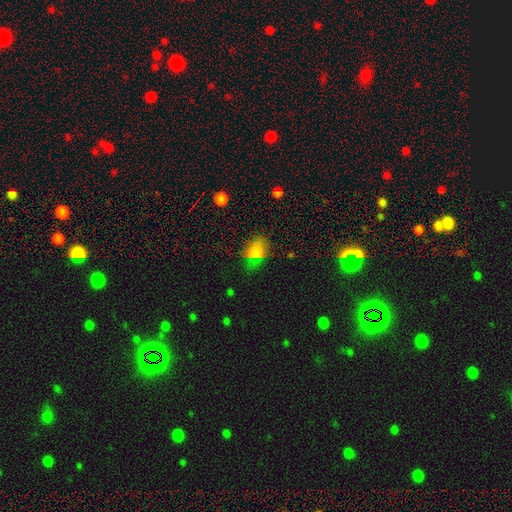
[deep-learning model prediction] Smooth or featured: smooth — 65% (star or artifact — 24%)
How rounded: in between — 69% (round — 28%)
Merging: none — 56% (minor disturbance — 26%)